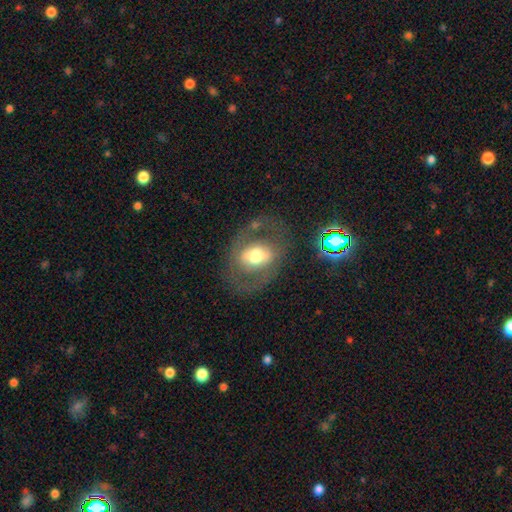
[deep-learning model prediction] smooth-or-featured: featured or disk: 54% | smooth: 38% | star or artifact: 8%
  disk-edge-on: no: 92% | yes: 8%
  merging: none: 69% | minor disturbance: 15% | major disturbance: 13% | merger: 2%